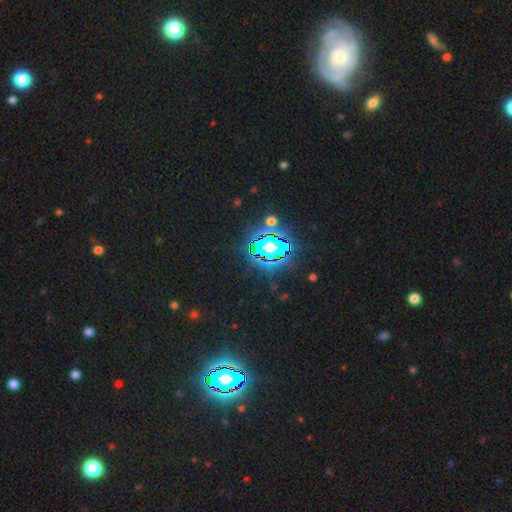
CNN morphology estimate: This appears to be a star or artifact, not a galaxy (77%).